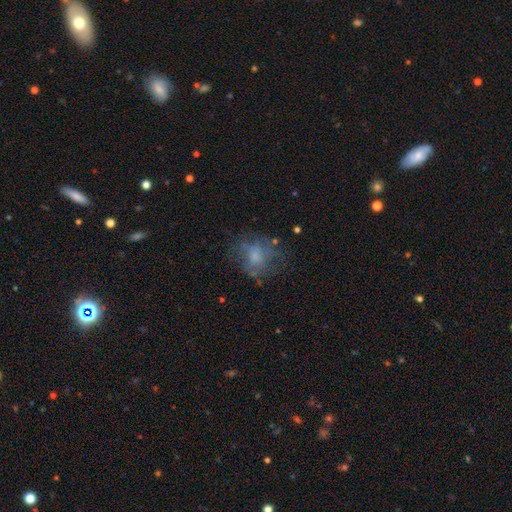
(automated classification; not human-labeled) smooth-or-featured: smooth: 50% | featured or disk: 37% | star or artifact: 13%
  how-rounded: round: 64% | in between: 35% | cigar-shaped: 1%
  merging: none: 53% | major disturbance: 23% | minor disturbance: 22% | merger: 3%